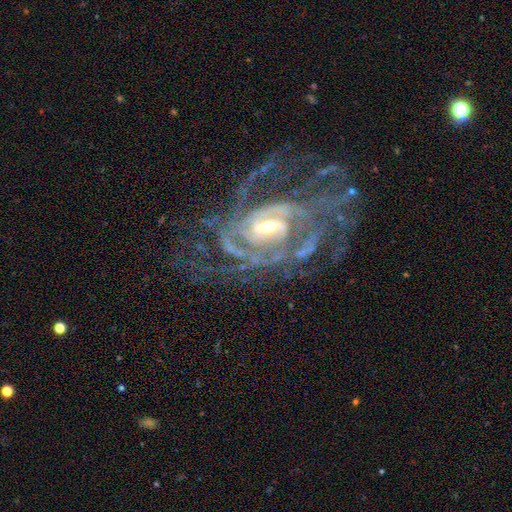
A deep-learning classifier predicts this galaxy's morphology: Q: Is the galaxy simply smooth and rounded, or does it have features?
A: featured or disk — 88%.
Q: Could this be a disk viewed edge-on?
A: no — 96%.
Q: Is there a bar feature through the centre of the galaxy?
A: weak — 42%.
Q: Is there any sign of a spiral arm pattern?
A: yes — 96%.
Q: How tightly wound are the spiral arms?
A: tight — 62%.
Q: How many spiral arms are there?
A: can't tell — 27%.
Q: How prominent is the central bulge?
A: moderate — 51%.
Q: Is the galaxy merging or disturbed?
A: none — 68%.